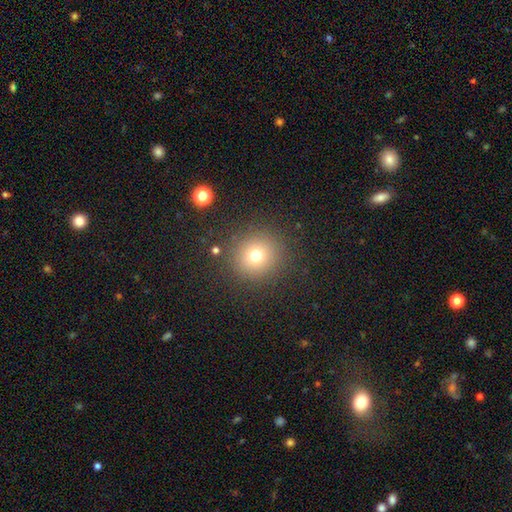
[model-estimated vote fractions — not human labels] This appears to be a smooth galaxy with no disk features (73%) that is round (92%). Merging: none (88%).